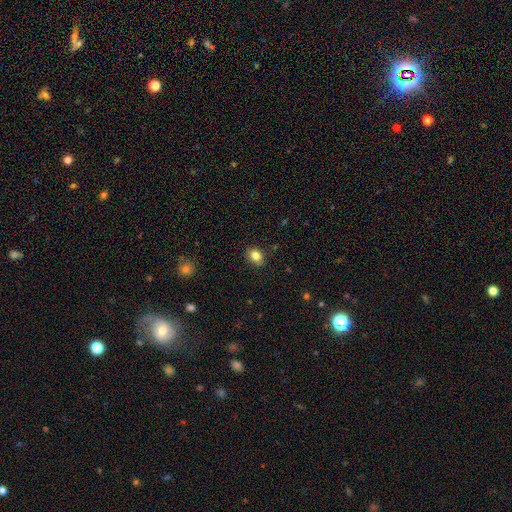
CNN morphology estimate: A smooth galaxy with no disk features (83%) that is in between round and cigar-shaped (65%). Merging: none (80%).